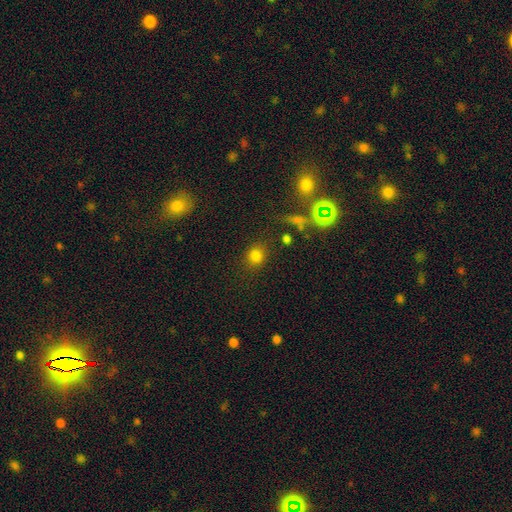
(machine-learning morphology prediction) Smooth or featured? smooth (77%)
How rounded? round (78%)
Merging? none (81%)